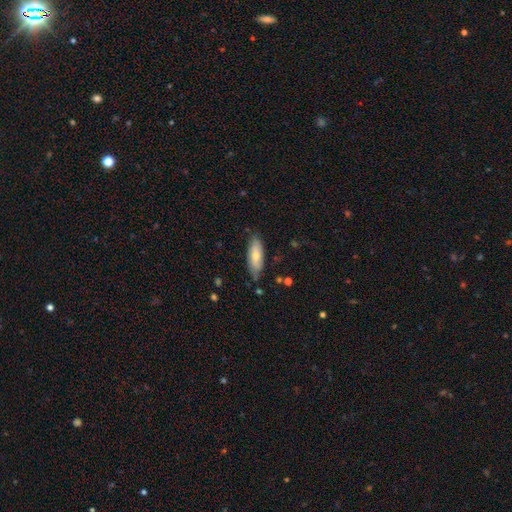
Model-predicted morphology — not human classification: Q: Smooth or featured?
A: smooth (69%); runner-up: featured or disk (25%)
Q: How rounded?
A: in between (67%); runner-up: cigar-shaped (31%)
Q: Merging?
A: none (74%); runner-up: minor disturbance (20%)